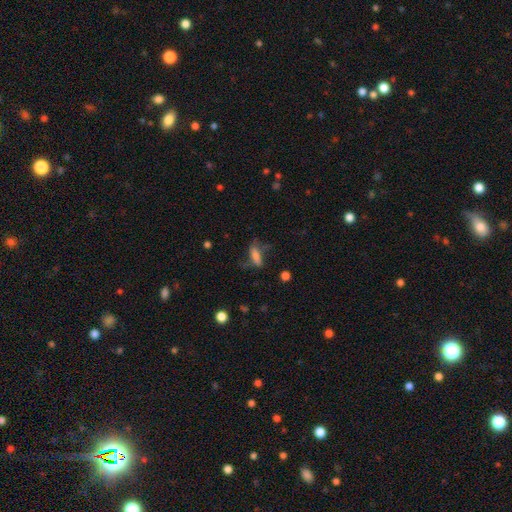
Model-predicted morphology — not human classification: The model was most divided on "how rounded": in between: 54%, cigar-shaped: 42%, round: 4%. Remaining: smooth or featured — smooth (68%); merging — none (49%).